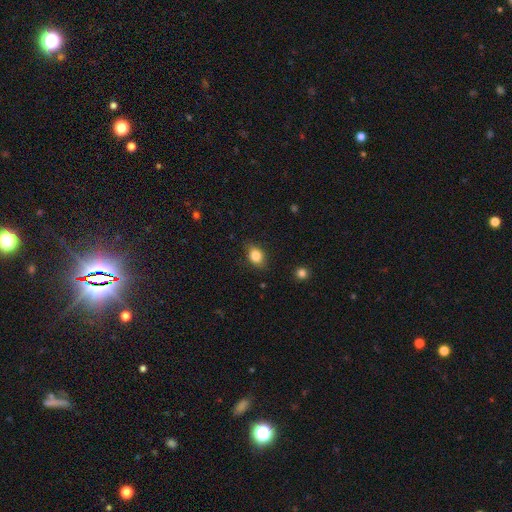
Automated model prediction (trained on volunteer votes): smooth-or-featured: smooth: 82% | star or artifact: 9% | featured or disk: 9%
  how-rounded: in between: 69% | round: 29% | cigar-shaped: 2%
  merging: none: 78% | minor disturbance: 17% | major disturbance: 3% | merger: 1%